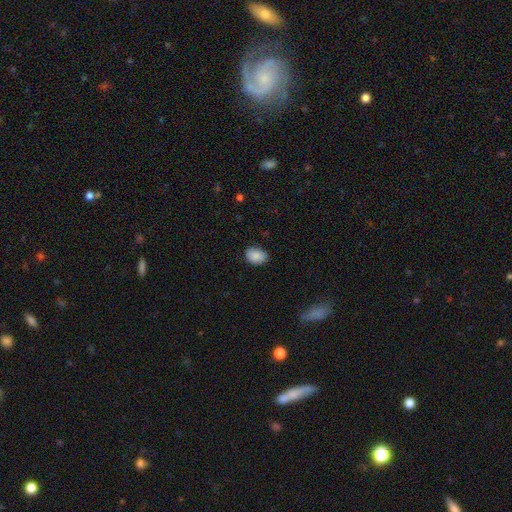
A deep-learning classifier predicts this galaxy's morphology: smooth-or-featured: smooth: 89% | star or artifact: 7% | featured or disk: 4%
  how-rounded: in between: 76% | round: 23% | cigar-shaped: 1%
  merging: none: 81% | minor disturbance: 15% | major disturbance: 3% | merger: 1%